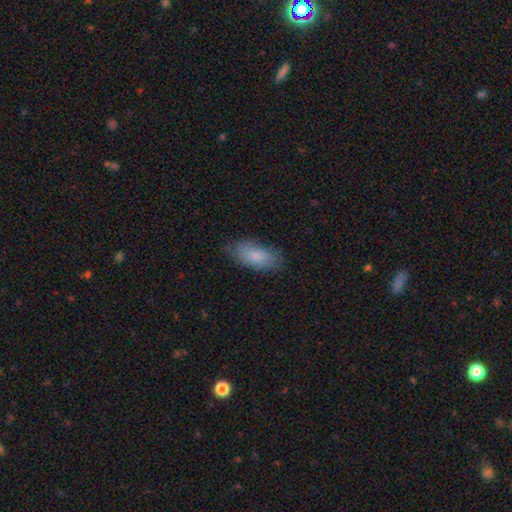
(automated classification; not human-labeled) This is clearly a smooth galaxy (82%). How rounded: clearly in between (89%). Merging: likely none (77%).